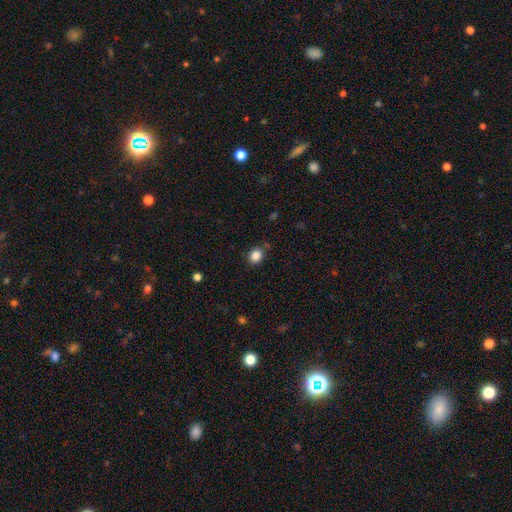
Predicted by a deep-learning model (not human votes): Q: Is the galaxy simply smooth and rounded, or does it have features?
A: smooth — 85%.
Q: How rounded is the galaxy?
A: round — 65%.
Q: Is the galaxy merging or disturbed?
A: none — 81%.